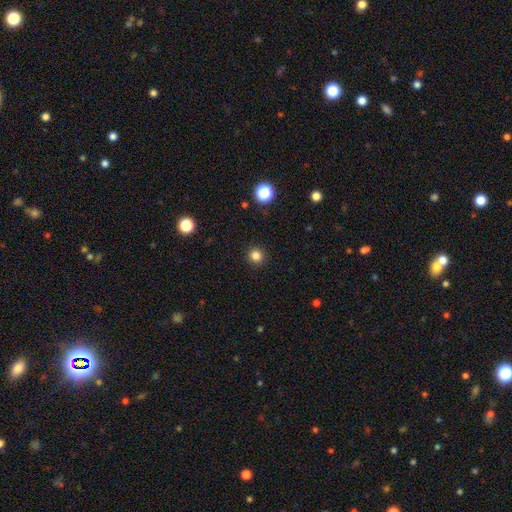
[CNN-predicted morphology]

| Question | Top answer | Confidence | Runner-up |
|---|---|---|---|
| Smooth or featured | smooth | 83% | star or artifact (13%) |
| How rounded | round | 94% | in between (5%) |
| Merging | none | 92% | minor disturbance (5%) |